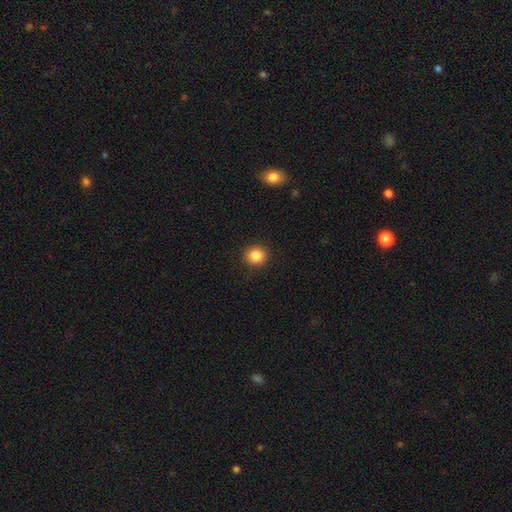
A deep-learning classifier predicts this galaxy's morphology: Smooth or featured? smooth (85%)
How rounded? round (89%)
Merging? none (91%)